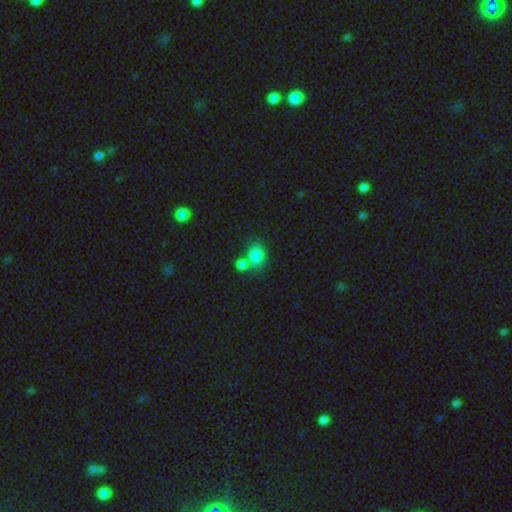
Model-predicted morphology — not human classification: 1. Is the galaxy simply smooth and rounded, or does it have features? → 82% smooth, 11% star or artifact, 6% featured or disk.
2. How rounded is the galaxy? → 57% round, 42% in between, 1% cigar-shaped.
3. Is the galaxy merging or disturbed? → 53% none, 32% merger, 11% minor disturbance, 4% major disturbance.